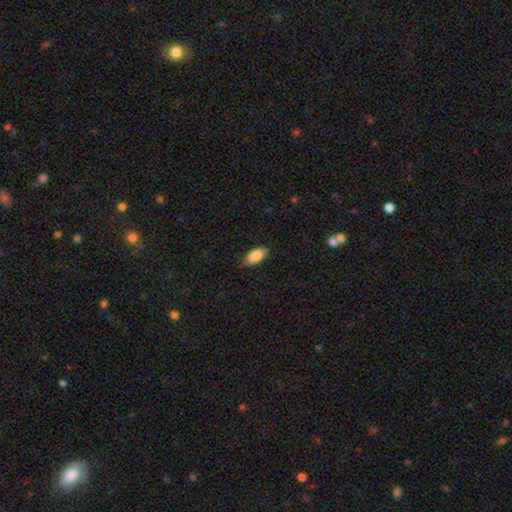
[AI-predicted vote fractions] smooth_or_featured: smooth (p=0.88) [alt: star or artifact p=0.06]
how_rounded: in between (p=0.92) [alt: cigar-shaped p=0.06]
merging: none (p=0.84) [alt: minor disturbance p=0.13]